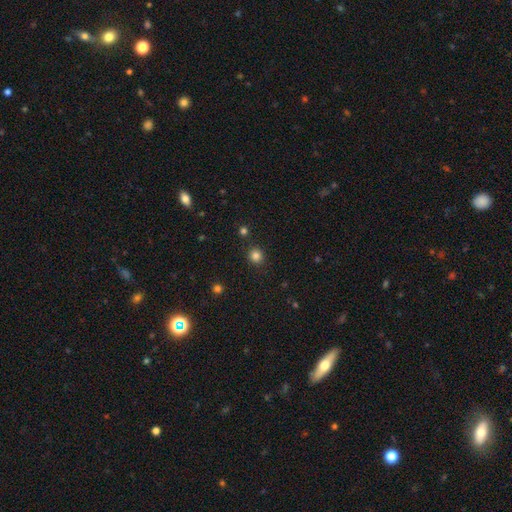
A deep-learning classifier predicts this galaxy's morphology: type=smooth (83%); roundness=round (89%); merging=none (88%).